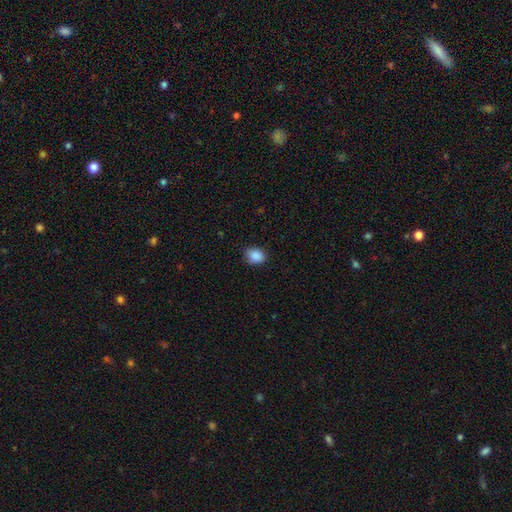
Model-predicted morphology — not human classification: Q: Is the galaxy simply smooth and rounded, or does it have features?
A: smooth — 88%.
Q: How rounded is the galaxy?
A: in between — 64%.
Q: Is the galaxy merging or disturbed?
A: none — 80%.